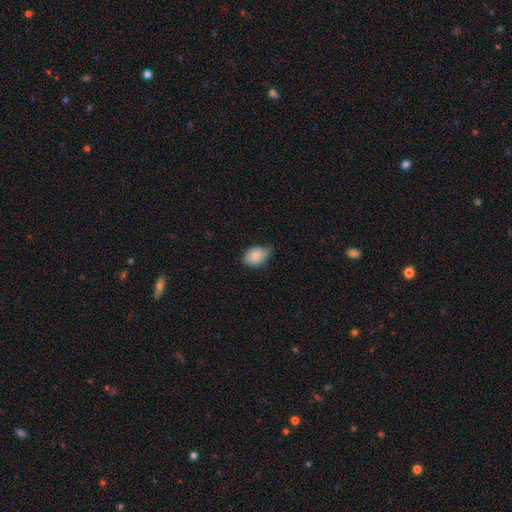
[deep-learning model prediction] smooth 83%, featured or disk 10%, star or artifact 7%. Down the decision tree: how rounded — in between (78%); merging — none (51%).